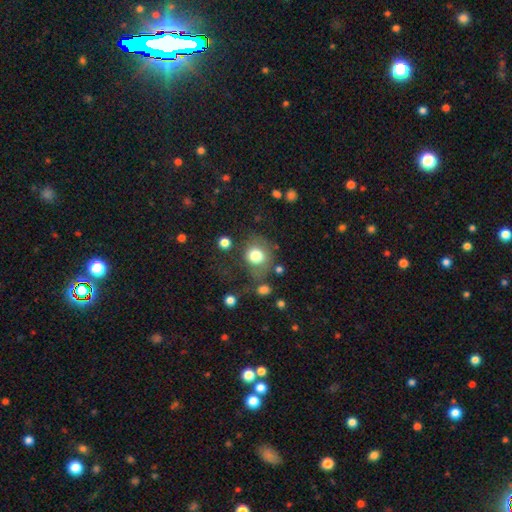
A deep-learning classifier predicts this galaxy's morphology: type=smooth (78%); roundness=round (78%); merging=none (58%).